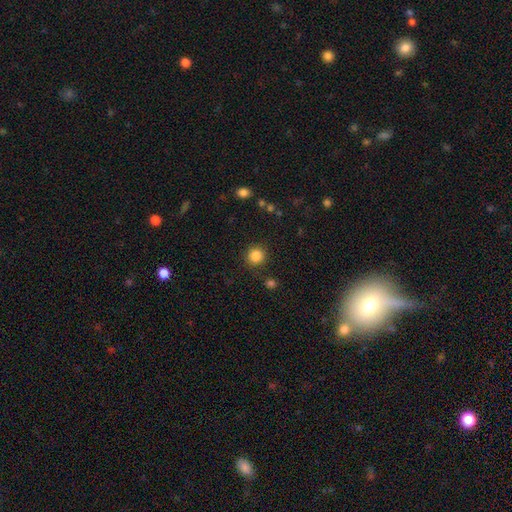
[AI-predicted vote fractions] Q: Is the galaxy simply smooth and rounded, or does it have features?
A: smooth — 85%.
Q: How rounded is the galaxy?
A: round — 93%.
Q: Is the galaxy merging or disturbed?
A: none — 89%.